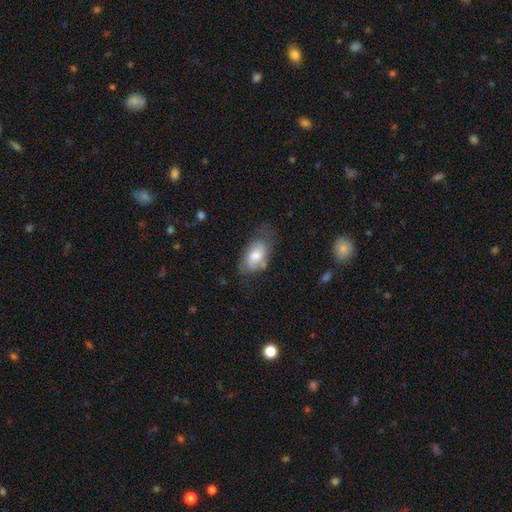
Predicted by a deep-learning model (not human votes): smooth-or-featured: smooth: 59% | featured or disk: 34% | star or artifact: 7%
  how-rounded: in between: 91% | round: 6% | cigar-shaped: 3%
  merging: none: 52% | minor disturbance: 30% | major disturbance: 14% | merger: 3%